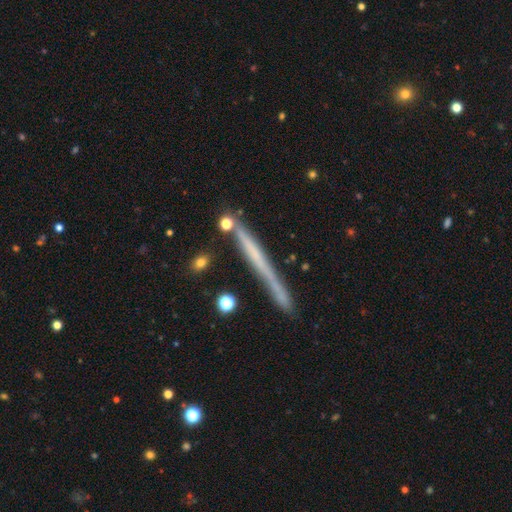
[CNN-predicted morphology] This is possibly a featured or disk galaxy (51%). It is clearly viewed edge-on (94%). Merging: likely none (75%).